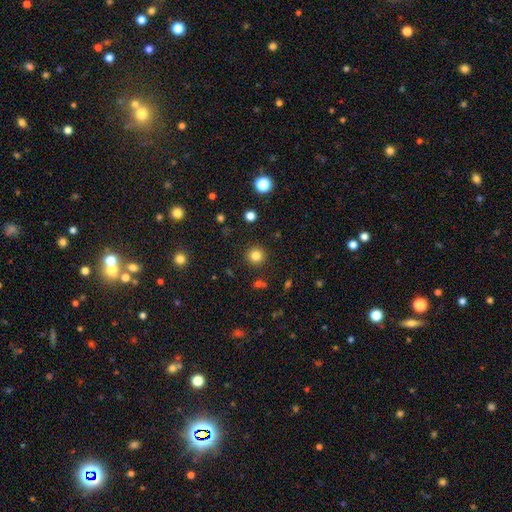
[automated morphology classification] This appears to be a smooth galaxy with no disk features (82%) that is round (93%). Merging: none (90%).